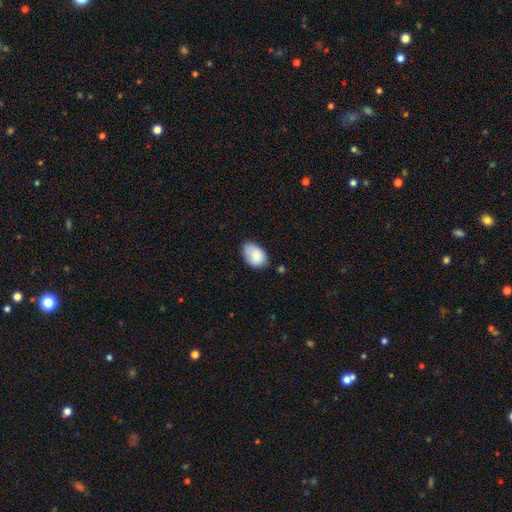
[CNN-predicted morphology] This appears to be a smooth galaxy with no disk features (85%) that is in between round and cigar-shaped (87%). Merging: none (61%).